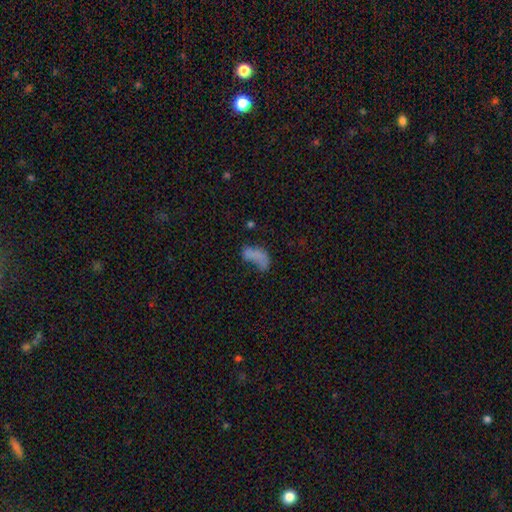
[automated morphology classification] Smooth or featured? smooth (58%)
How rounded? in between (87%)
Merging? major disturbance (39%)